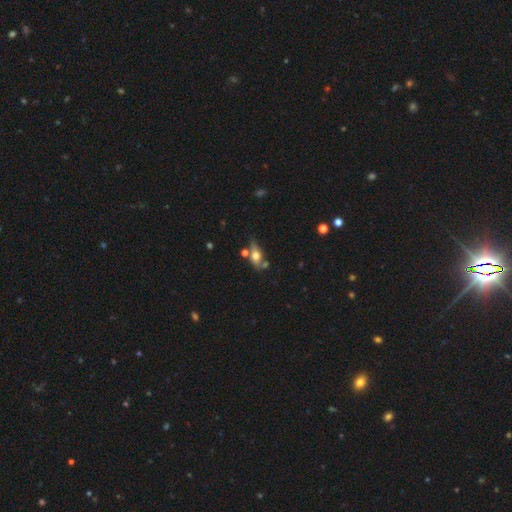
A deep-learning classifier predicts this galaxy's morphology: The model was most divided on "smooth or featured": smooth: 51%, featured or disk: 40%, star or artifact: 9%. More confident: how rounded — in between (70%); merging — none (51%).